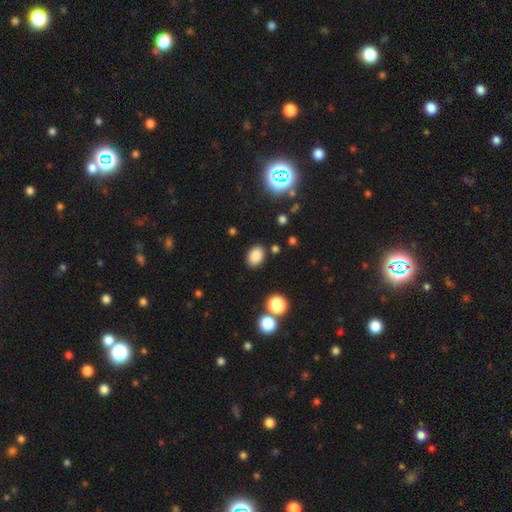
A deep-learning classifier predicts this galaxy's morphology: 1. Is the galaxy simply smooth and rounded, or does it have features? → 84% smooth, 11% star or artifact, 5% featured or disk.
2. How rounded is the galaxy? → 80% in between, 19% round, 1% cigar-shaped.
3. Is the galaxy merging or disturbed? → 86% none, 9% minor disturbance, 3% major disturbance, 2% merger.